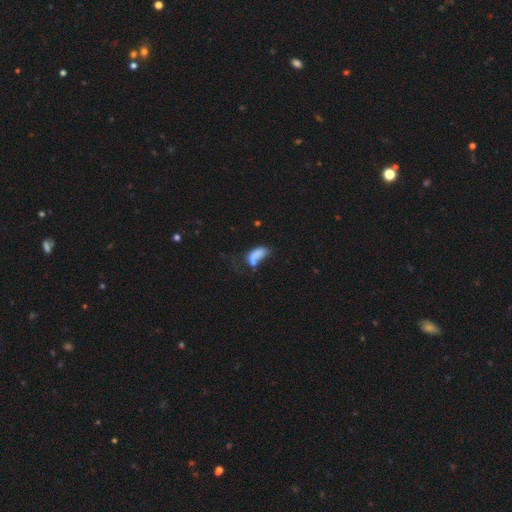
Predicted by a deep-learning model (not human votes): The model was most divided on "merging": major disturbance: 32%, none: 24%, merger: 23%, minor disturbance: 21%. More confident: how rounded — in between (87%); smooth or featured — smooth (71%).